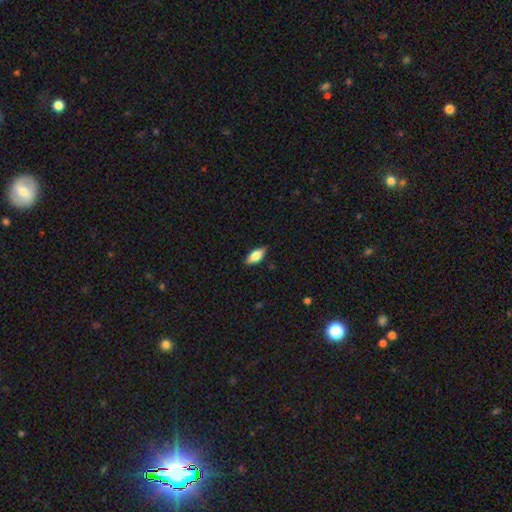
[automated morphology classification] type=smooth (75%); roundness=in between (83%); merging=none (85%).